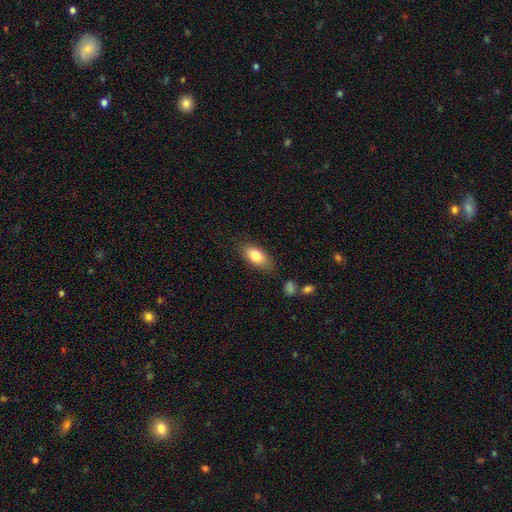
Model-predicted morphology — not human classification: Smooth or featured? Predicted: smooth (p=0.80). How rounded? Predicted: in between (p=0.88). Merging? Predicted: none (p=0.81).